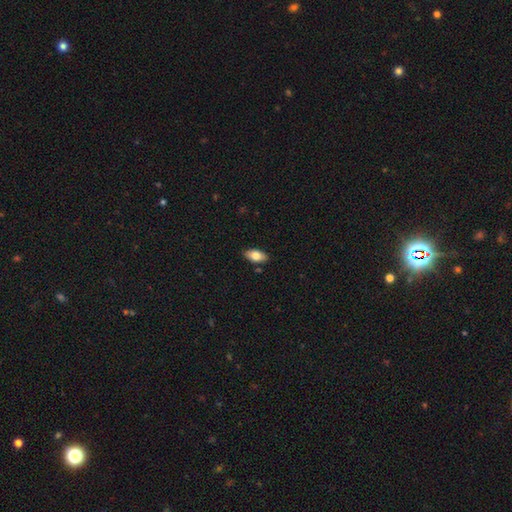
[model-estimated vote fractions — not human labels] The model was most divided on "smooth or featured": smooth: 76%, featured or disk: 17%, star or artifact: 7%. More confident: how rounded — in between (92%); merging — none (87%).